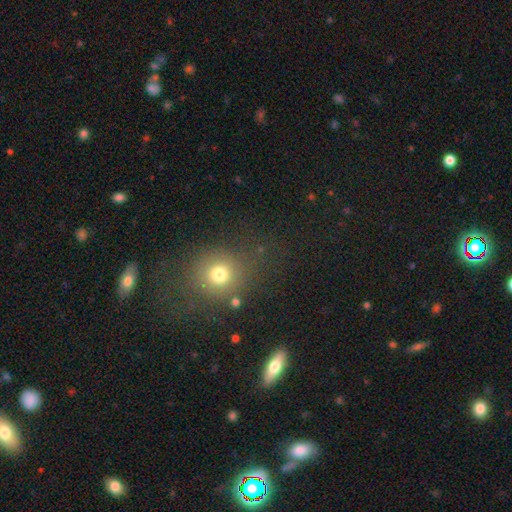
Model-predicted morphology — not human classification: This appears to be a smooth galaxy with no disk features (59%) that is round (66%). Merging: none (79%).